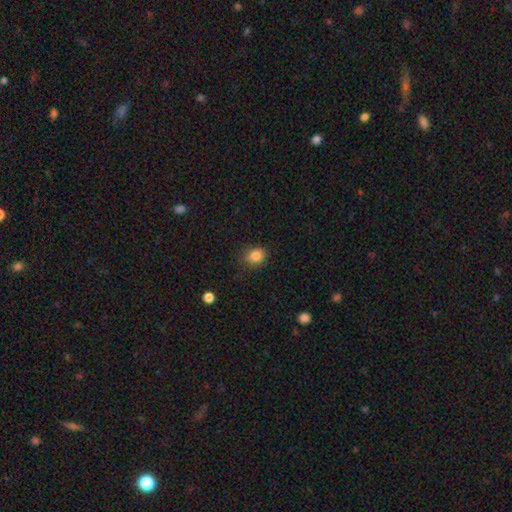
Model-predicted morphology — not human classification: A smooth galaxy with no disk features (84%) that is round (62%).

Vote fractions:
- Smooth or featured? smooth: 84% / star or artifact: 11% / featured or disk: 5%
- How rounded? round: 62% / in between: 37% / cigar-shaped: 1%
- Merging? none: 81% / minor disturbance: 15% / major disturbance: 3% / merger: 1%